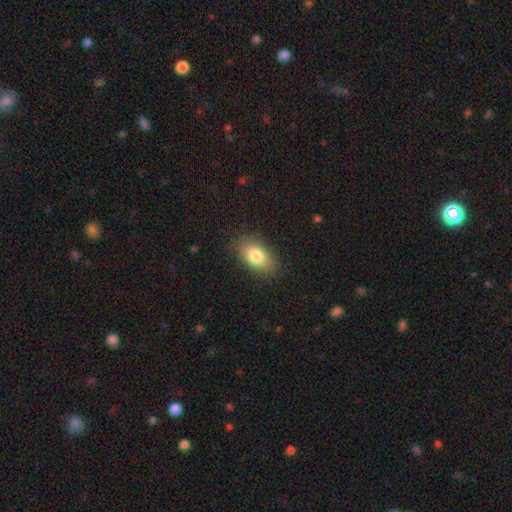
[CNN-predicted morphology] Smooth or featured? smooth (82%)
How rounded? in between (91%)
Merging? none (85%)